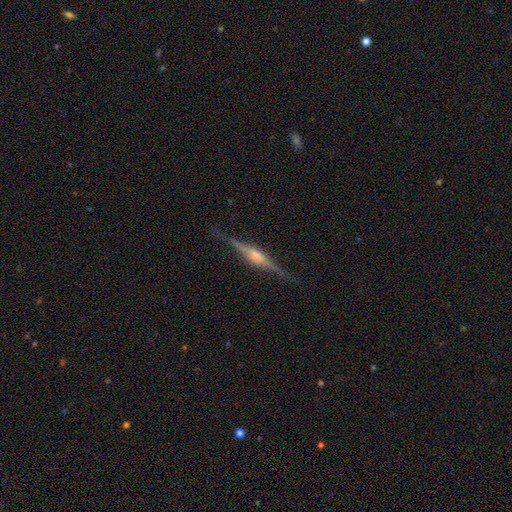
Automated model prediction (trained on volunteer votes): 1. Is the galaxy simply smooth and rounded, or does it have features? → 87% featured or disk, 7% smooth, 6% star or artifact.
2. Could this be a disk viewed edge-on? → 98% yes, 2% no.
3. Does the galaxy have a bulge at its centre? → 79% rounded, 17% boxy, 4% none.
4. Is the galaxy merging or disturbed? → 88% none, 9% minor disturbance, 2% major disturbance, 1% merger.